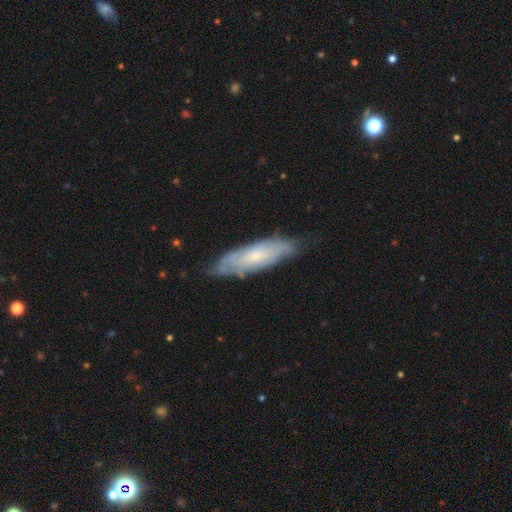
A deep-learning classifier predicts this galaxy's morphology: The model was most divided on "smooth or featured": featured or disk: 54%, smooth: 40%, star or artifact: 6%. More confident: merging — none (72%); edge-on disk — no (69%).